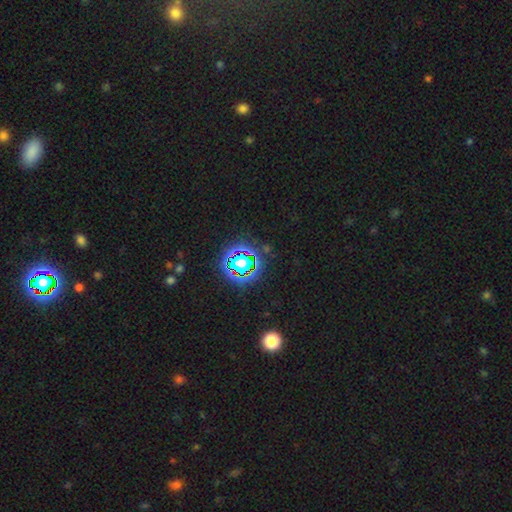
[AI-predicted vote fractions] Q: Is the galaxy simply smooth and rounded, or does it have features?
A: star or artifact — 80%.